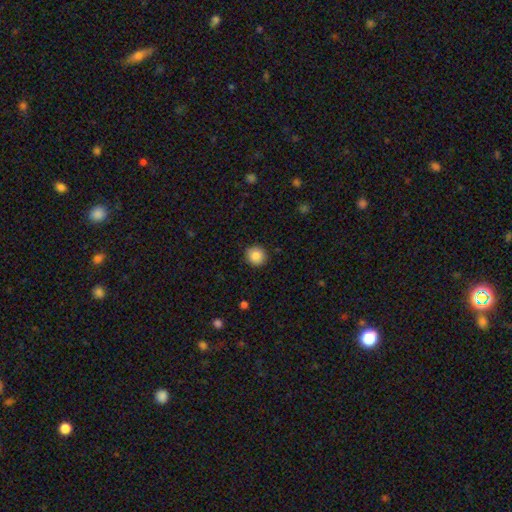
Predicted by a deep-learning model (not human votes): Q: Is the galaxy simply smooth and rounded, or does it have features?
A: smooth — 86%.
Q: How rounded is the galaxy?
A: round — 91%.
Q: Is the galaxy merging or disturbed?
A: none — 90%.